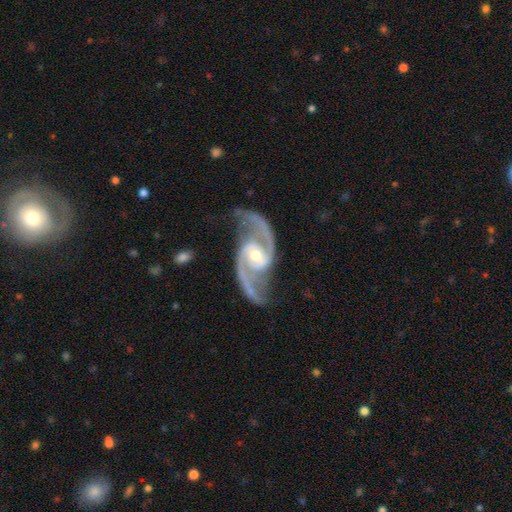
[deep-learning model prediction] smooth-or-featured: featured or disk: 94% | star or artifact: 4% | smooth: 2%
  disk-edge-on: no: 98% | yes: 2%
    bar: no: 40% (tied) | weak: 40% (tied) | strong: 20%
    has-spiral-arms: yes: 98% | no: 2%
      spiral-winding: medium: 56% | loose: 32% | tight: 12%
      spiral-arm-count: 2: 94% | 3: 1% | can't tell: 1% | 1: 1% | 4: 1% | more than 4: 1%
    bulge-size: moderate: 54% | small: 41% | large: 3% | none: 1% | dominant: 1%
  merging: none: 78% | minor disturbance: 14% | major disturbance: 6% | merger: 2%